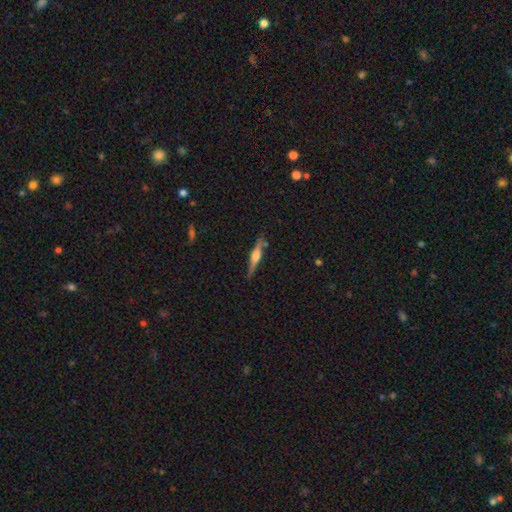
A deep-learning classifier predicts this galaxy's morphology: Smooth or featured?
  - featured or disk: 69% *
  - smooth: 25%
  - star or artifact: 6%
Edge-on disk?
  - yes: 97% *
  - no: 3%
Edge-on bulge?
  - rounded: 77% *
  - boxy: 18%
  - none: 5%
Merging?
  - none: 82% *
  - minor disturbance: 13%
  - merger: 3%
  - major disturbance: 3%